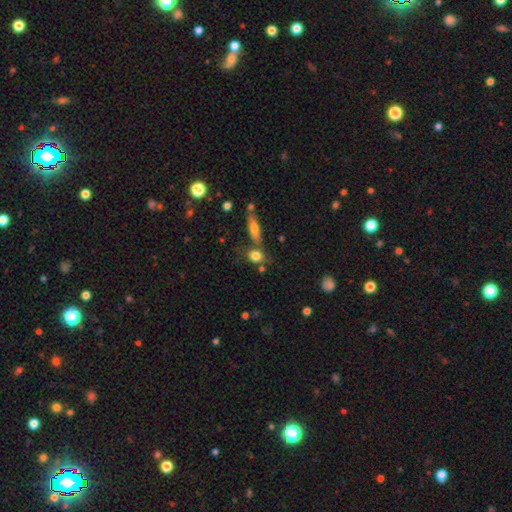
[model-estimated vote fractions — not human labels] A smooth galaxy with no disk features (79%) that is round (58%). Merging: none (59%).